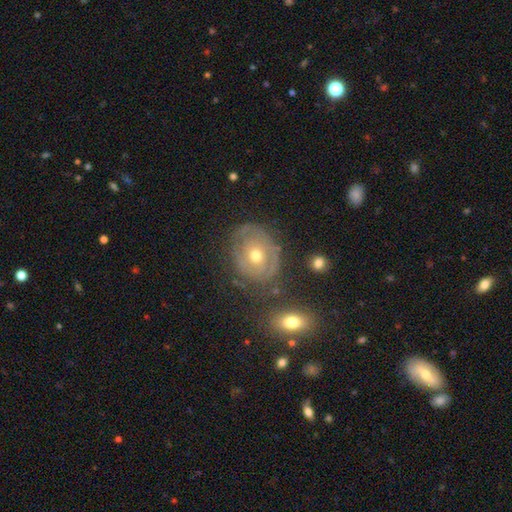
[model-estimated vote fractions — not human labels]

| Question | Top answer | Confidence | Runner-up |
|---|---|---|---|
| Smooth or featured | featured or disk | 70% | smooth (20%) |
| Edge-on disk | no | 96% | yes (4%) |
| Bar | no | 80% | weak (16%) |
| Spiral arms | yes | 70% | no (30%) |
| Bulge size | moderate | 62% | small (33%) |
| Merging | none | 71% | minor disturbance (18%) |